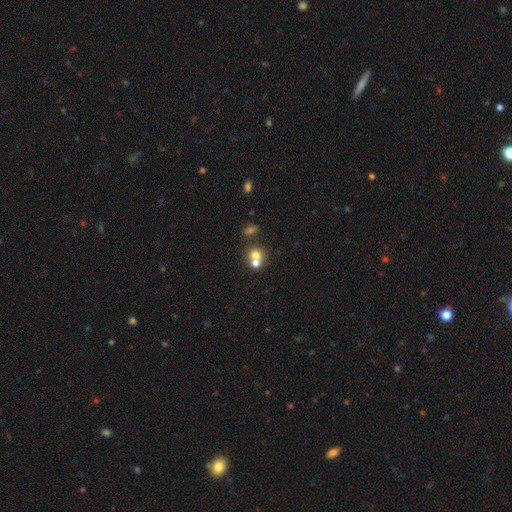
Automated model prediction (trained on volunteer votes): smooth_or_featured: smooth (p=0.67) [alt: featured or disk p=0.18]
how_rounded: round (p=0.77) [alt: in between p=0.22]
merging: merger (p=0.55) [alt: none p=0.36]